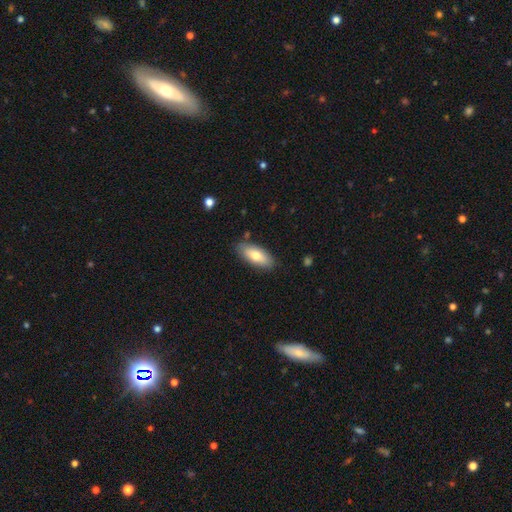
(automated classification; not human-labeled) The model was most divided on "smooth or featured": smooth: 73%, featured or disk: 21%, star or artifact: 6%. More confident: merging — none (84%); how rounded — in between (80%).